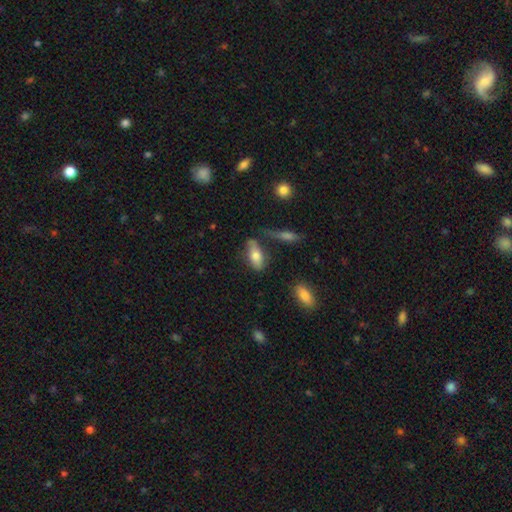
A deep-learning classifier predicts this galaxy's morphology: A smooth galaxy with no disk features (71%) that is in between round and cigar-shaped (79%).

Vote fractions:
- Smooth or featured? smooth: 71% / featured or disk: 22% / star or artifact: 7%
- How rounded? in between: 79% / cigar-shaped: 17% / round: 3%
- Merging? none: 59% / minor disturbance: 23% / merger: 10% / major disturbance: 9%